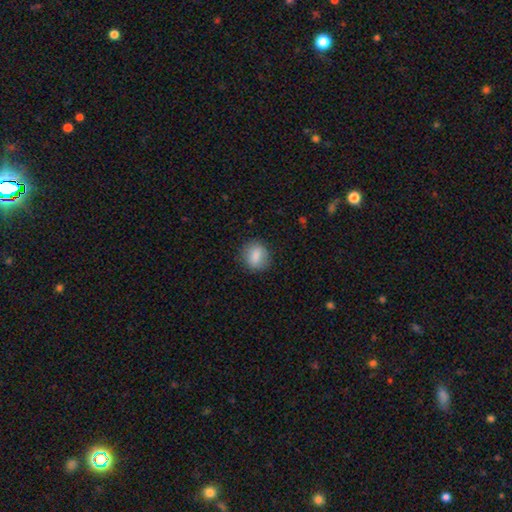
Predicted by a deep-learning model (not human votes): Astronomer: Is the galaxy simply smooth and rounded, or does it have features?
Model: smooth — 83%.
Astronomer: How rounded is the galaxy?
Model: round — 59% (runner-up: in between, 39%).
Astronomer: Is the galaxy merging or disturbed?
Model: none — 83%.